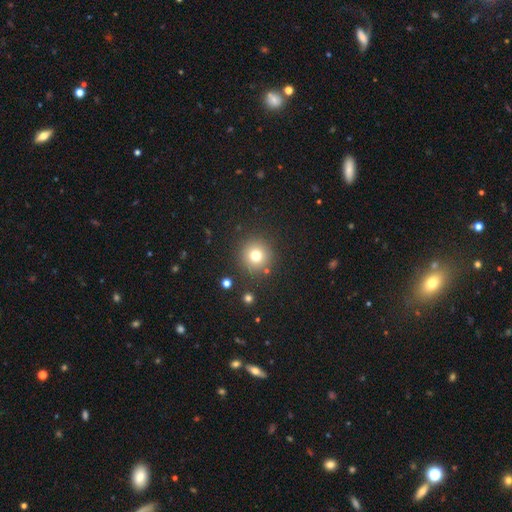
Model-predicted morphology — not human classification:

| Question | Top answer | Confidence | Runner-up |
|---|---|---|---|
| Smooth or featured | smooth | 76% | star or artifact (15%) |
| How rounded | round | 95% | in between (4%) |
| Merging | none | 88% | minor disturbance (6%) |